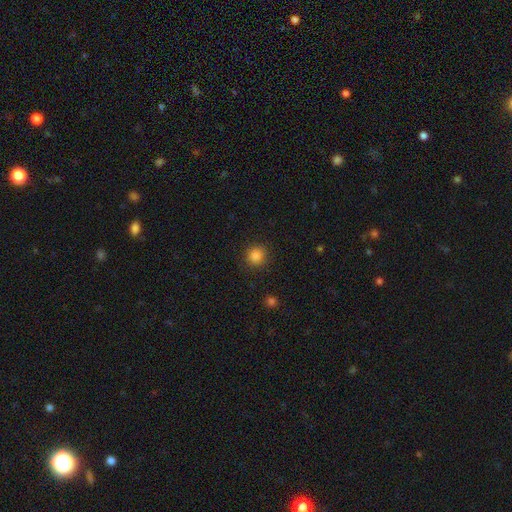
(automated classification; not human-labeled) This appears to be a smooth galaxy with no disk features (85%) that is round (90%). Merging: none (89%).